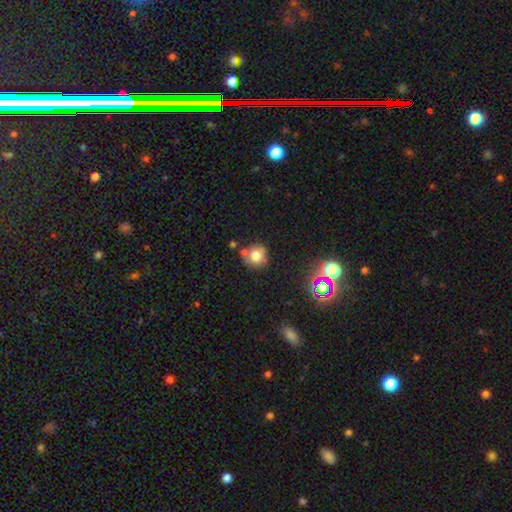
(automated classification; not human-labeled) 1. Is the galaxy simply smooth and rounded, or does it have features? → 74% smooth, 14% star or artifact, 12% featured or disk.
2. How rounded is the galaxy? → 88% round, 11% in between, 1% cigar-shaped.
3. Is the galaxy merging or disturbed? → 64% none, 16% merger, 16% minor disturbance, 4% major disturbance.